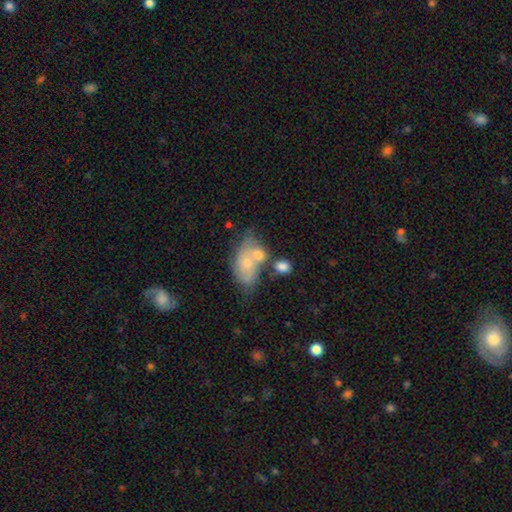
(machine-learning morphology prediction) type=smooth (49%); merging=none (36%).